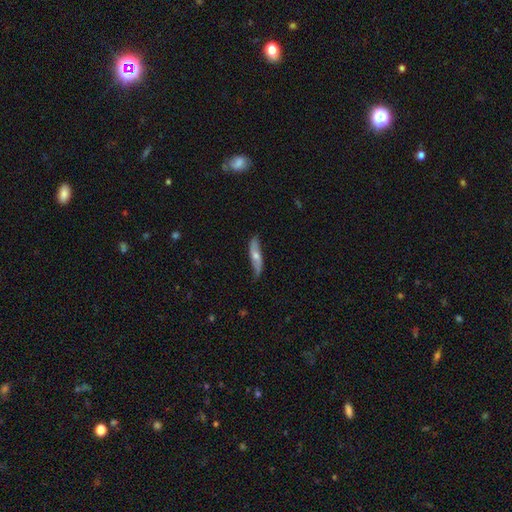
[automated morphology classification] Smooth or featured?
  - featured or disk: 60% *
  - smooth: 33%
  - star or artifact: 7%
Edge-on disk?
  - yes: 56% *
  - no: 44%
Merging?
  - none: 80% *
  - minor disturbance: 16%
  - major disturbance: 3%
  - merger: 1%